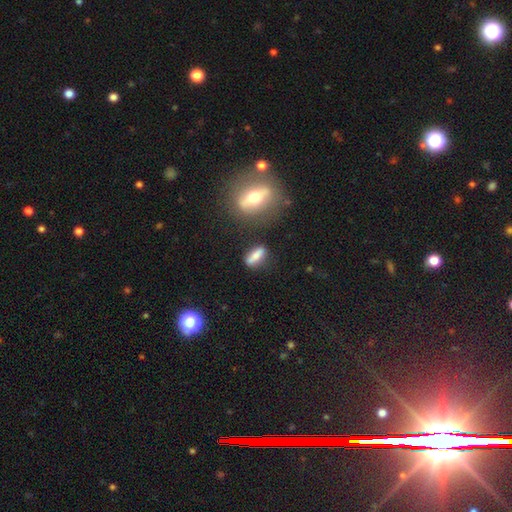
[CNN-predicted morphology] Q: Smooth or featured?
A: smooth (68%); runner-up: featured or disk (23%)
Q: How rounded?
A: cigar-shaped (49%); runner-up: in between (45%)
Q: Merging?
A: none (77%); runner-up: minor disturbance (13%)